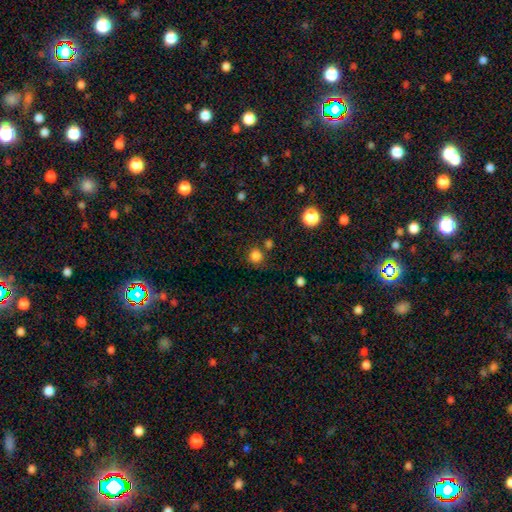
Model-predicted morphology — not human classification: A smooth galaxy with no disk features (80%) that is round (90%).

Vote fractions:
- Smooth or featured? smooth: 80% / star or artifact: 16% / featured or disk: 4%
- How rounded? round: 90% / in between: 9% / cigar-shaped: 1%
- Merging? none: 76% / merger: 11% / minor disturbance: 9% / major disturbance: 4%